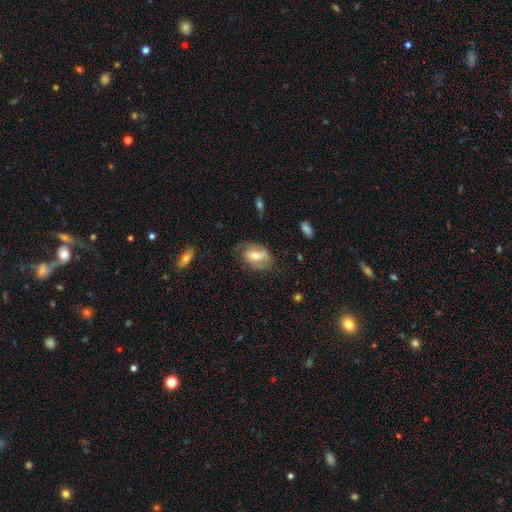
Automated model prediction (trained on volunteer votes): Smooth or featured? featured or disk (47%)
Merging? none (58%)